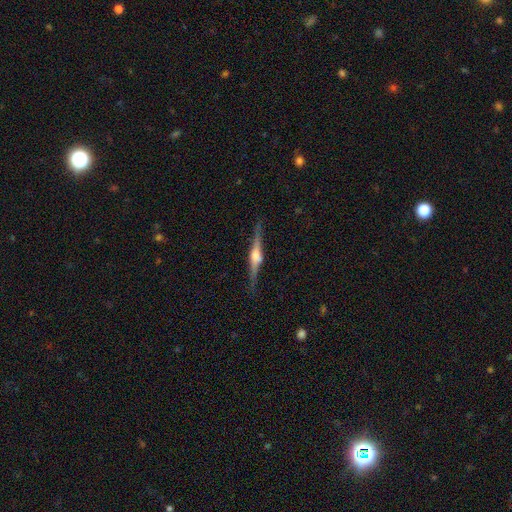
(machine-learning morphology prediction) A featured or disk galaxy (80%) viewed edge-on (98%) with a rounded central bulge (86%). Merging: none (87%).